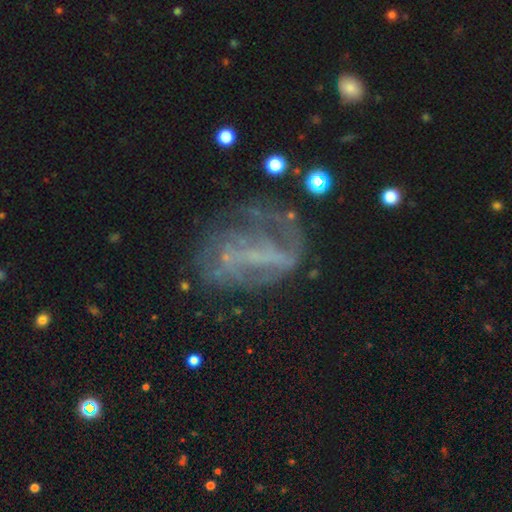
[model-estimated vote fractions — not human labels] Smooth or featured: featured or disk — 72% (smooth — 16%)
Edge-on disk: no — 97% (yes — 3%)
Bar: no — 38% (weak — 31%)
Spiral arms: yes — 59% (no — 41%)
Bulge size: none — 66% (small — 23%)
Merging: none — 44% (major disturbance — 32%)